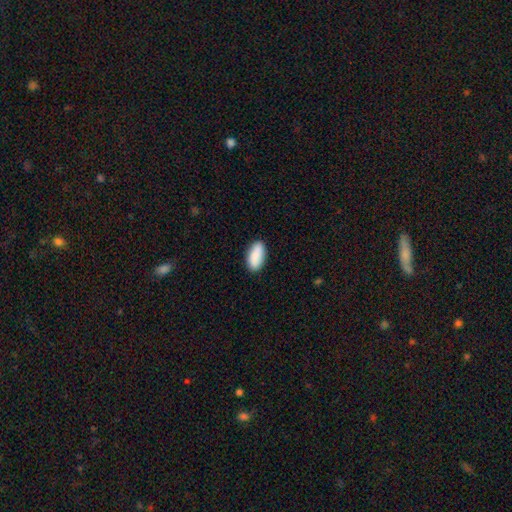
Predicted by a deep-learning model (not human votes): smooth_or_featured: smooth (p=0.89) [alt: star or artifact p=0.06]
how_rounded: in between (p=0.91) [alt: cigar-shaped p=0.07]
merging: none (p=0.86) [alt: minor disturbance p=0.11]